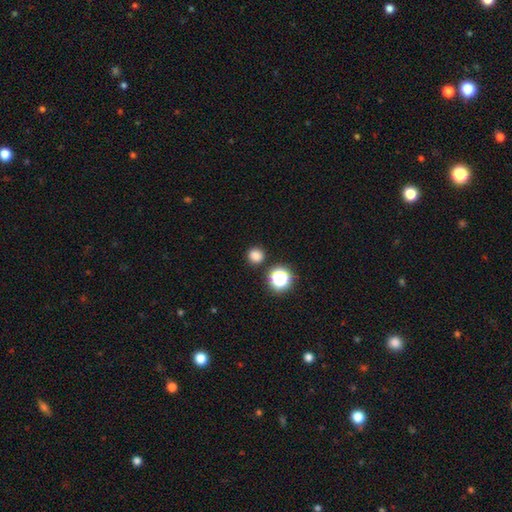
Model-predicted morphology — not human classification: Overall: smooth (79%). How rounded: round (92%). Merging: none (87%).